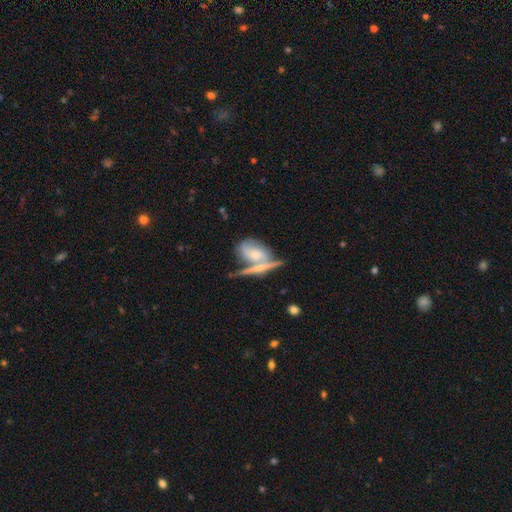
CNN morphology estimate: smooth_or_featured: featured or disk (p=0.53) [alt: smooth p=0.40]
disk_edge_on: no (p=0.59) [alt: yes p=0.41]
merging: merger (p=0.48) [alt: none p=0.32]